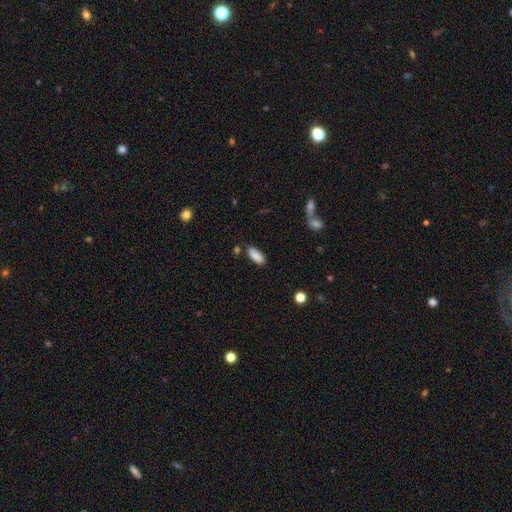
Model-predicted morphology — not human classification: This is clearly a smooth galaxy (87%). How rounded: clearly in between (84%). Merging: likely none (78%).